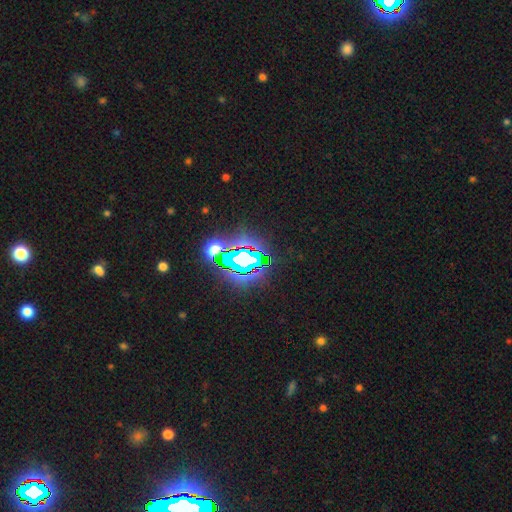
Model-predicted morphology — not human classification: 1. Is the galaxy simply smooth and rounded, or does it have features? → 82% star or artifact, 10% smooth, 7% featured or disk.